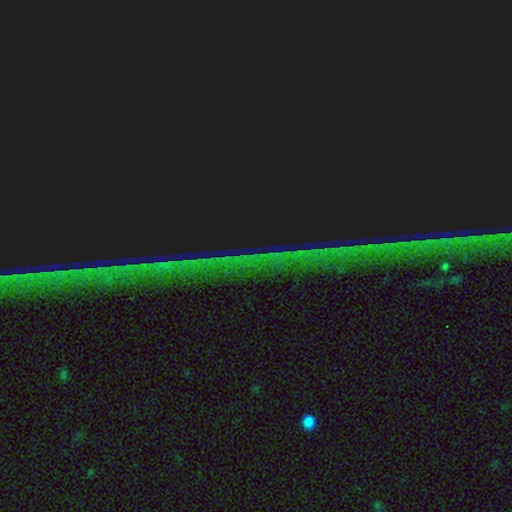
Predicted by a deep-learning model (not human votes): A star or artifact, not a galaxy (85%).